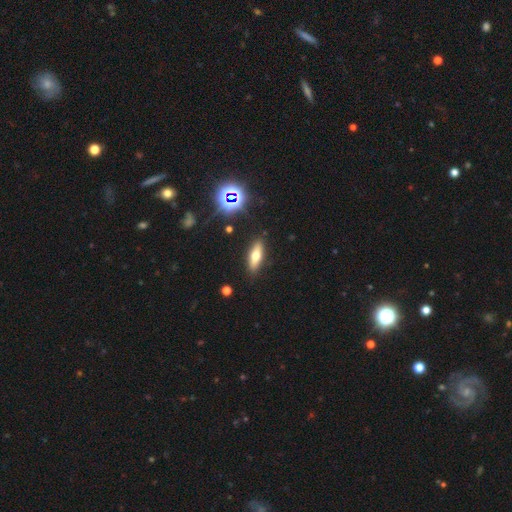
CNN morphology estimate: Smooth or featured?
  - smooth: 58% *
  - featured or disk: 31%
  - star or artifact: 11%
How rounded?
  - in between: 52% *
  - cigar-shaped: 45%
  - round: 3%
Merging?
  - none: 87% *
  - minor disturbance: 9%
  - major disturbance: 2%
  - merger: 2%